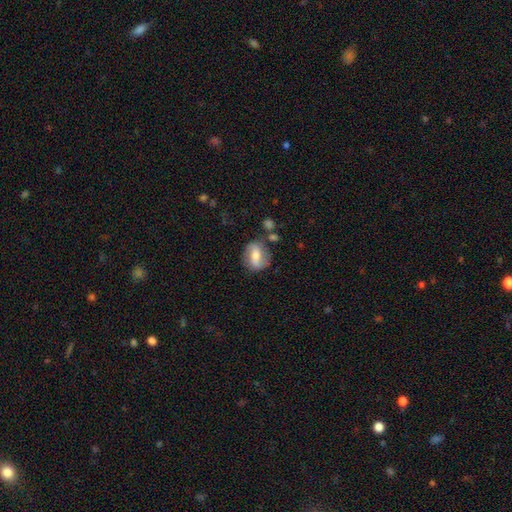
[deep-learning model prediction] Smooth or featured: smooth — 49% (featured or disk — 44%)
Merging: none — 72% (minor disturbance — 16%)